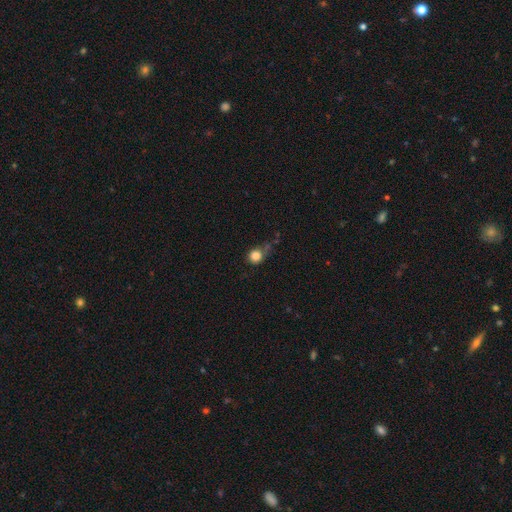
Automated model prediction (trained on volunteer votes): A smooth galaxy with no disk features (83%) that is round (87%). Merging: none (53%).